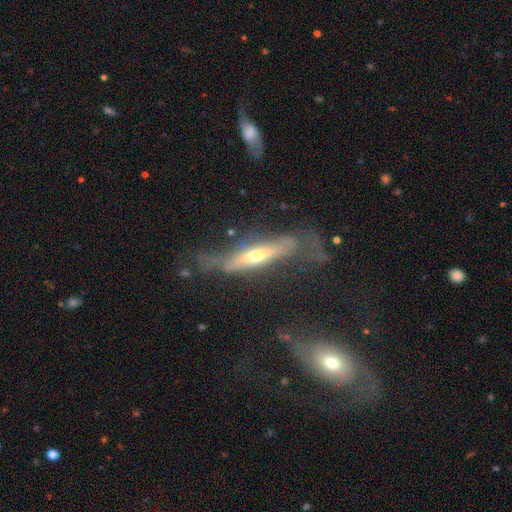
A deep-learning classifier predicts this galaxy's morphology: The model was most divided on "merging": none: 46%, minor disturbance: 26%, major disturbance: 24%, merger: 4%. More confident: edge-on disk — yes (75%); edge-on bulge — rounded (74%); smooth or featured — featured or disk (68%).